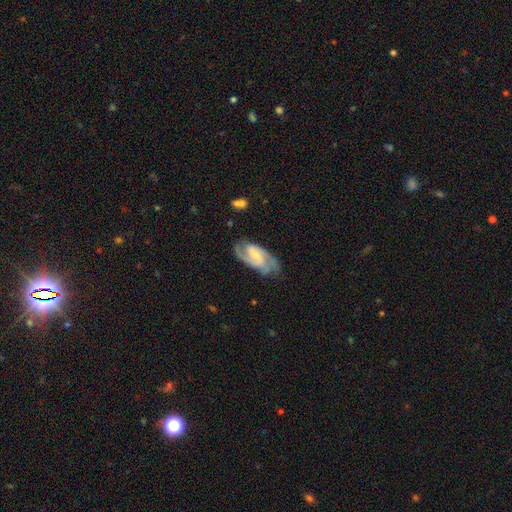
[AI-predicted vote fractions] smooth_or_featured: featured or disk (p=0.87) [alt: smooth p=0.09]
disk_edge_on: no (p=0.96) [alt: yes p=0.04]
bar: weak (p=0.50) [alt: no p=0.29]
has_spiral_arms: yes (p=0.97) [alt: no p=0.03]
spiral_winding: medium (p=0.51) [alt: tight p=0.38]
spiral_arm_count: 2 (p=0.78) [alt: 3 p=0.10]
bulge_size: small (p=0.59) [alt: moderate p=0.29]
merging: none (p=0.74) [alt: minor disturbance p=0.18]